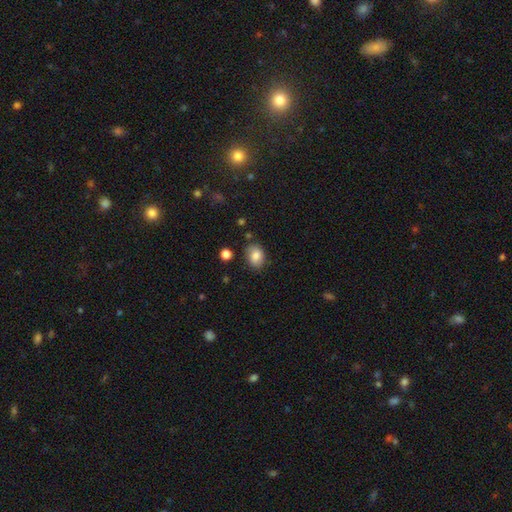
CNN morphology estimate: The model was most divided on "how rounded": in between: 70%, round: 29%, cigar-shaped: 1%. More confident: smooth or featured — smooth (82%); merging — none (78%).